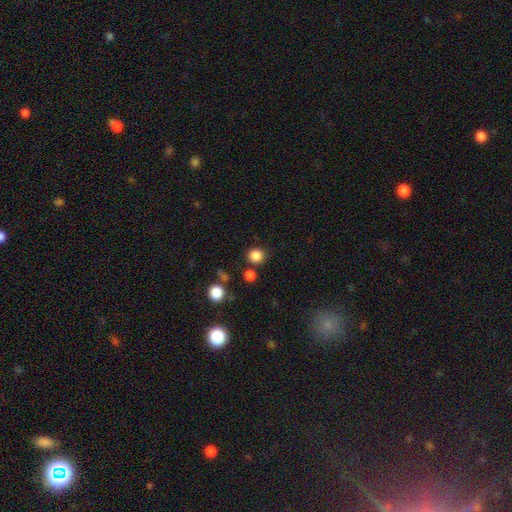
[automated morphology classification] This appears to be a smooth galaxy with no disk features (84%) that is round (88%). Merging: none (81%).